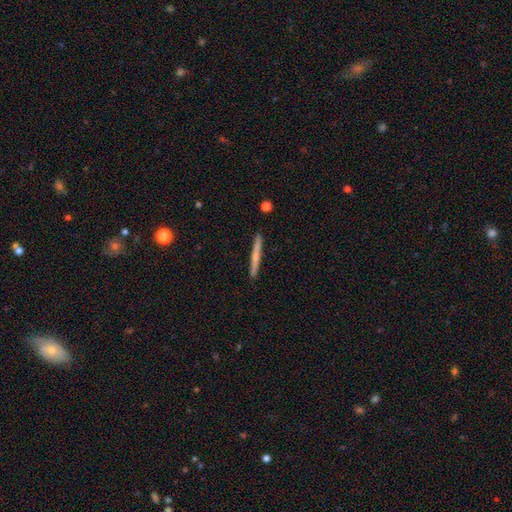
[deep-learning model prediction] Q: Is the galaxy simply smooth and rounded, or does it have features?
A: smooth — 59%.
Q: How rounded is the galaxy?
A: cigar-shaped — 97%.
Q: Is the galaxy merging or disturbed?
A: none — 92%.